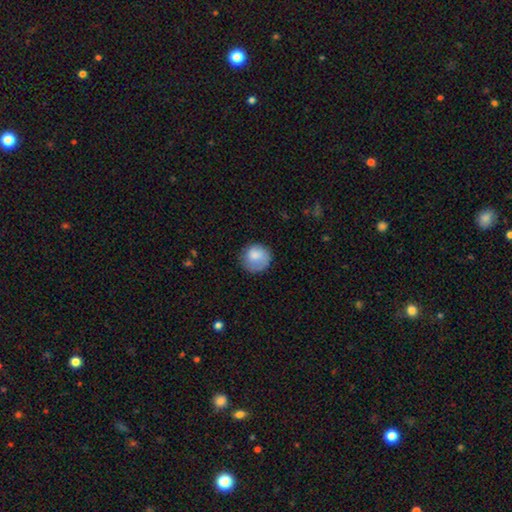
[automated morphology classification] The model was most divided on "merging": none: 69%, minor disturbance: 21%, major disturbance: 9%, merger: 1%. More confident: how rounded — round (86%); smooth or featured — smooth (82%).